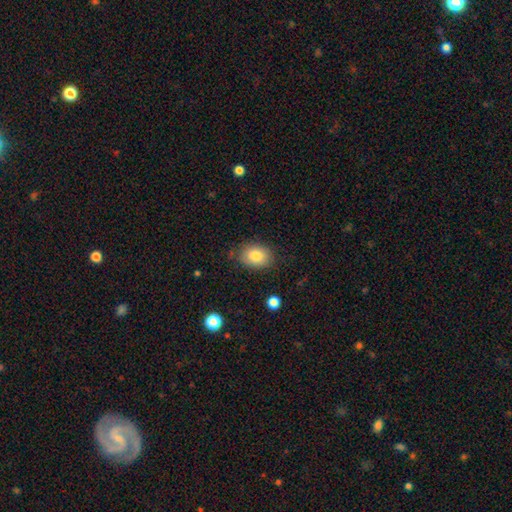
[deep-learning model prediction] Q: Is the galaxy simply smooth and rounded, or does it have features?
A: smooth — 82%.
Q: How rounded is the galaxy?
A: in between — 74%.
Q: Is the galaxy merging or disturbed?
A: none — 79%.